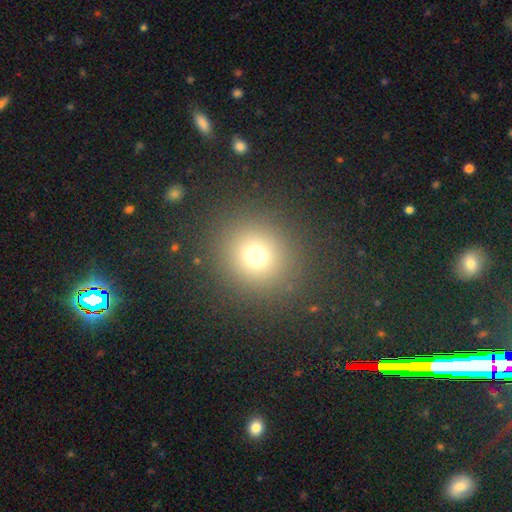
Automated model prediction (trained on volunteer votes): Overall: smooth (70%). How rounded: round (92%). Merging: none (87%).